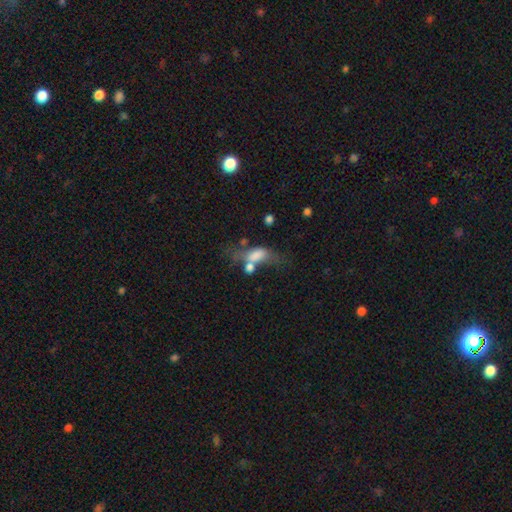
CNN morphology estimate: A smooth galaxy with no disk features (64%) that is in between round and cigar-shaped (79%).

Vote fractions:
- Smooth or featured? smooth: 64% / featured or disk: 25% / star or artifact: 11%
- How rounded? in between: 79% / cigar-shaped: 11% / round: 10%
- Merging? merger: 40% / major disturbance: 27% / none: 19% / minor disturbance: 15%